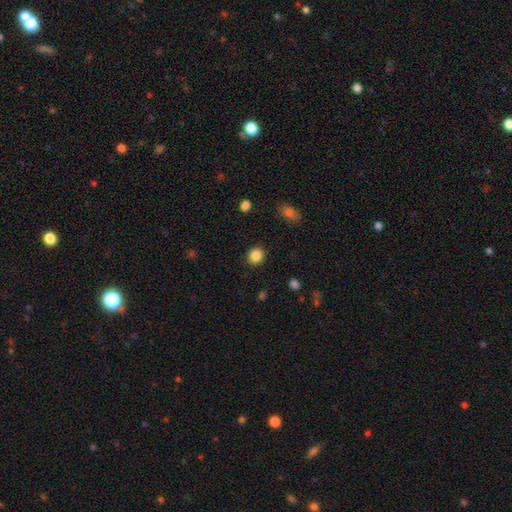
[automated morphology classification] type=smooth (86%); roundness=round (74%); merging=none (90%).